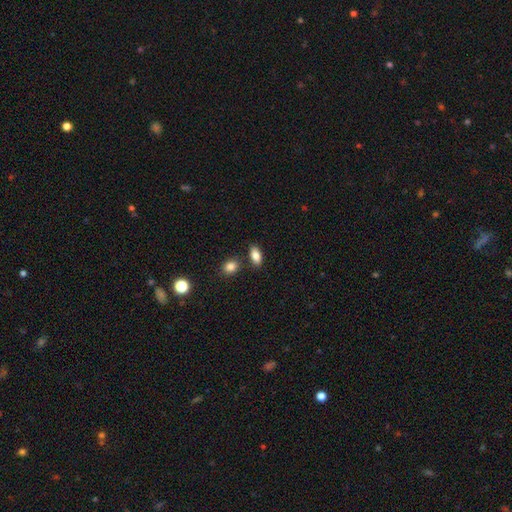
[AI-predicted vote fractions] Smooth or featured?
  - smooth: 85% *
  - star or artifact: 8%
  - featured or disk: 7%
How rounded?
  - in between: 88% *
  - round: 6%
  - cigar-shaped: 6%
Merging?
  - none: 78% *
  - minor disturbance: 11%
  - merger: 9%
  - major disturbance: 3%